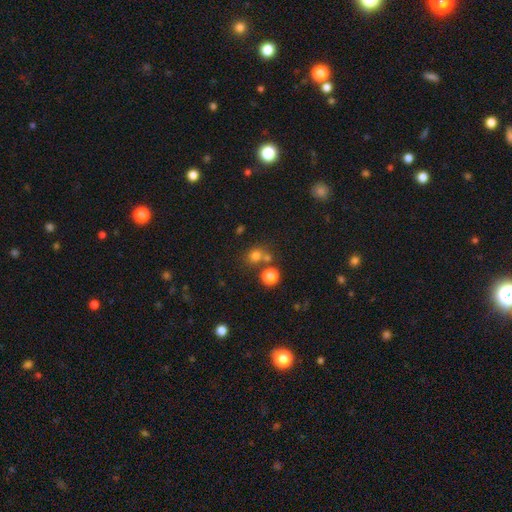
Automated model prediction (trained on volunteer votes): Smooth or featured? Predicted: smooth (p=0.72). How rounded? Predicted: round (p=0.77). Merging? Predicted: none (p=0.61).